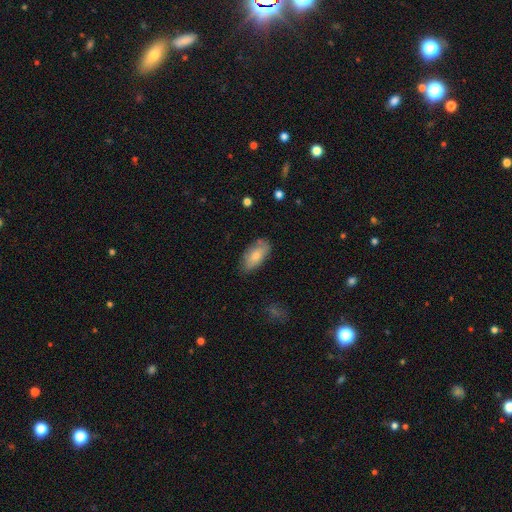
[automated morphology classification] smooth 77%, featured or disk 17%, star or artifact 6%. Down the decision tree: how rounded — in between (92%); merging — none (71%).